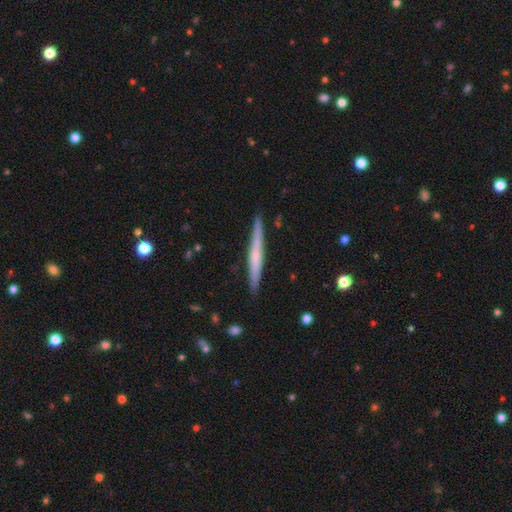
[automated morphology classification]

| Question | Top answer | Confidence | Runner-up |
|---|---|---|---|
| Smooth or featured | featured or disk | 52% | smooth (42%) |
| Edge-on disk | yes | 97% | no (3%) |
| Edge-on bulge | none | 58% | rounded (34%) |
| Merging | none | 90% | minor disturbance (7%) |